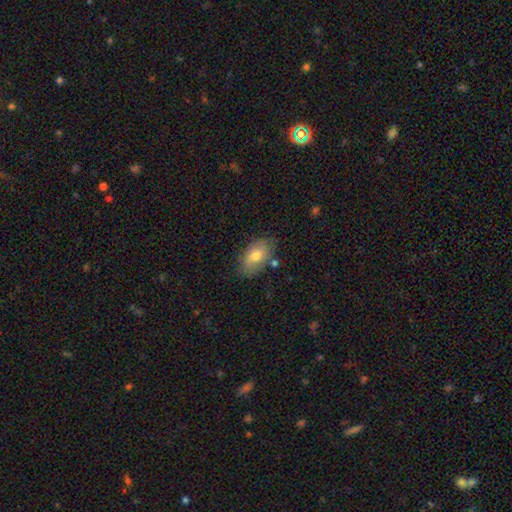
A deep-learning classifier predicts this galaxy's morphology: Smooth or featured? smooth (69%)
How rounded? in between (91%)
Merging? none (73%)